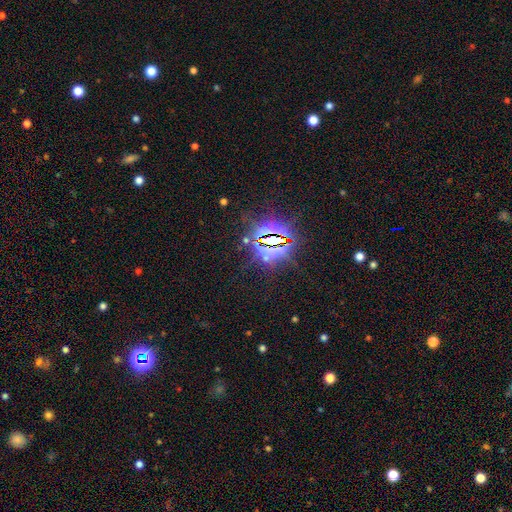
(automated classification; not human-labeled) Smooth or featured: star or artifact — 85% (smooth — 9%)